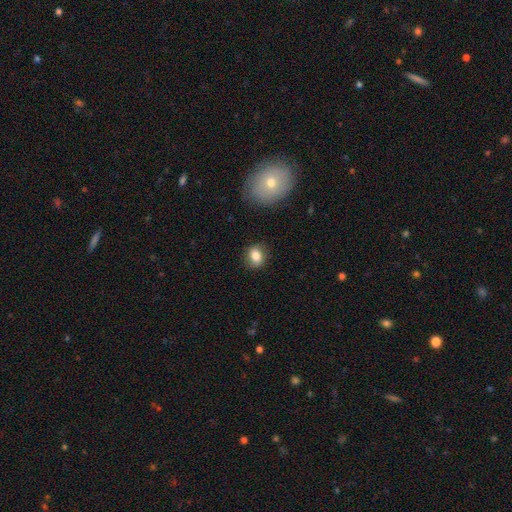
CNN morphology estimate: Smooth or featured: smooth — 80% (featured or disk — 11%)
How rounded: in between — 56% (round — 42%)
Merging: none — 81% (minor disturbance — 14%)